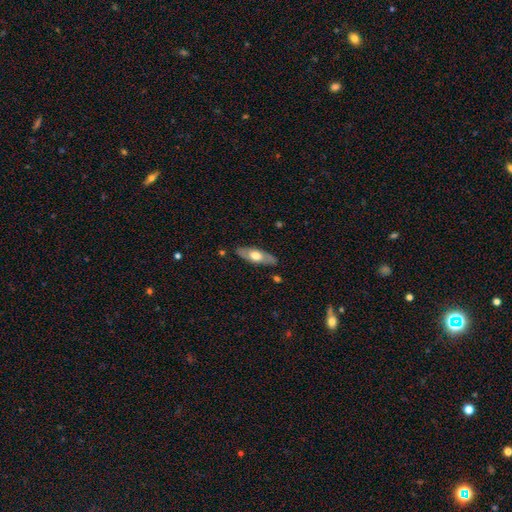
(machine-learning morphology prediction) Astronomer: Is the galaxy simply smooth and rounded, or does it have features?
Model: smooth — 49% (runner-up: featured or disk, 46%).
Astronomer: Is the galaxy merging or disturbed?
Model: none — 84%.